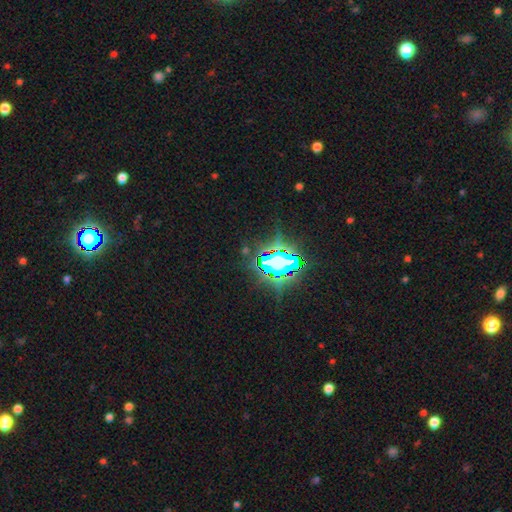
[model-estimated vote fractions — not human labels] star or artifact 81%, smooth 12%, featured or disk 7%.